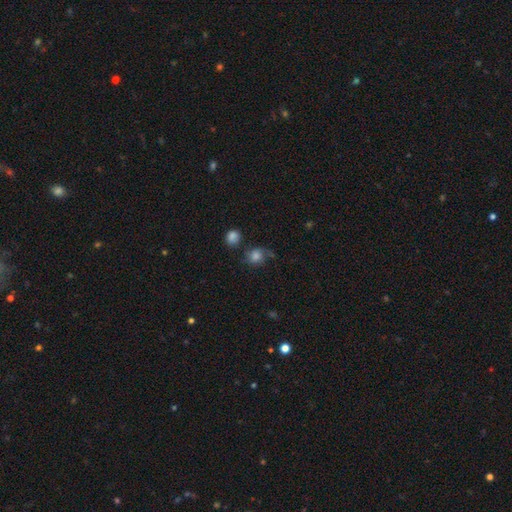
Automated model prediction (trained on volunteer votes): A smooth galaxy with no disk features (69%) that is round (68%). Merging: none (49%).